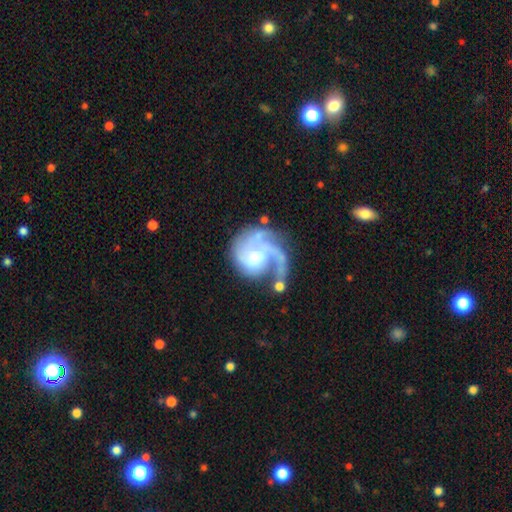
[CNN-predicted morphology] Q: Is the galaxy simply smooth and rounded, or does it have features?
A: featured or disk — 80%.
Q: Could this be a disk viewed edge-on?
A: no — 98%.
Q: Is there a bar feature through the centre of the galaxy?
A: no — 65%.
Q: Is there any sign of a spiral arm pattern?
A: yes — 93%.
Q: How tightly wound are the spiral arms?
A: medium — 40%.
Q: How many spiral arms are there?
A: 1 — 42%.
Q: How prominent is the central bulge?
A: moderate — 43%.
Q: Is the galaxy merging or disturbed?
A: none — 39%.